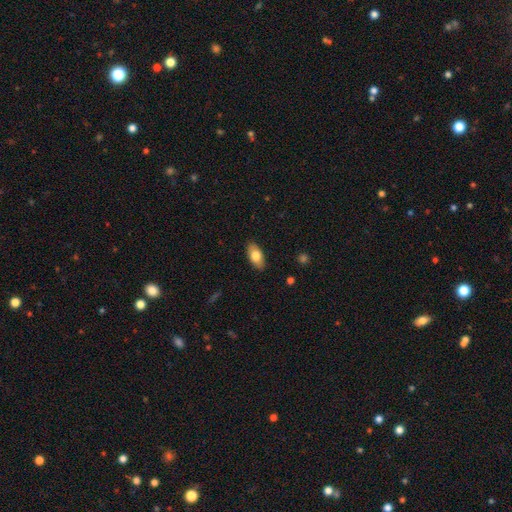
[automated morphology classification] type=smooth (78%); roundness=in between (92%); merging=none (88%).